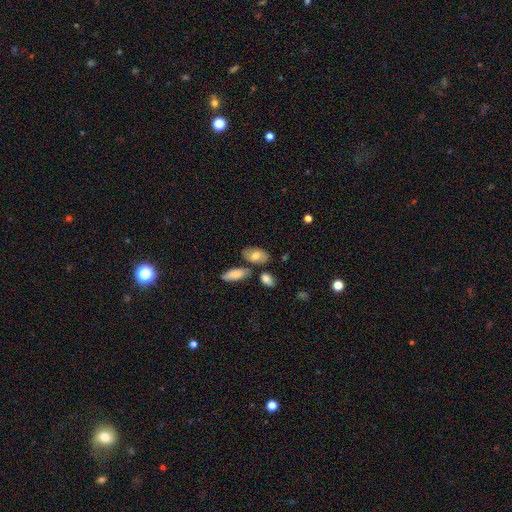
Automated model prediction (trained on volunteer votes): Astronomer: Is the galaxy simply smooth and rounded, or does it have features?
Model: smooth — 68%.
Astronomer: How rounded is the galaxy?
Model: in between — 90%.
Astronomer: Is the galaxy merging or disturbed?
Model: none — 66%.